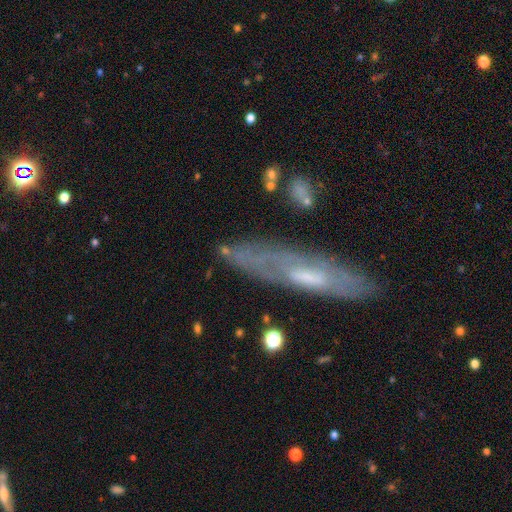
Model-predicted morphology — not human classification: smooth-or-featured: featured or disk: 63% | smooth: 29% | star or artifact: 8%
  disk-edge-on: no: 53% | yes: 47%
  merging: none: 76% | minor disturbance: 16% | major disturbance: 6% | merger: 3%